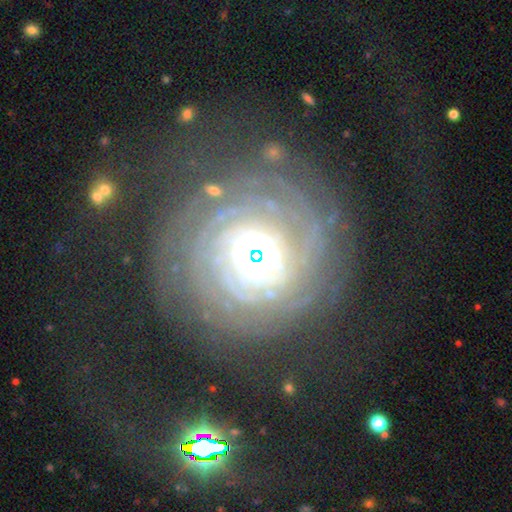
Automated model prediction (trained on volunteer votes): The model was most divided on "bulge size": moderate: 42%, large: 37%, small: 13%, dominant: 5%, none: 3%. Remaining: edge-on disk — no (97%); spiral arms — yes (92%); spiral winding — tight (86%); smooth or featured — featured or disk (80%); merging — none (73%); bar — no (51%); spiral arm count — can't tell (39%).